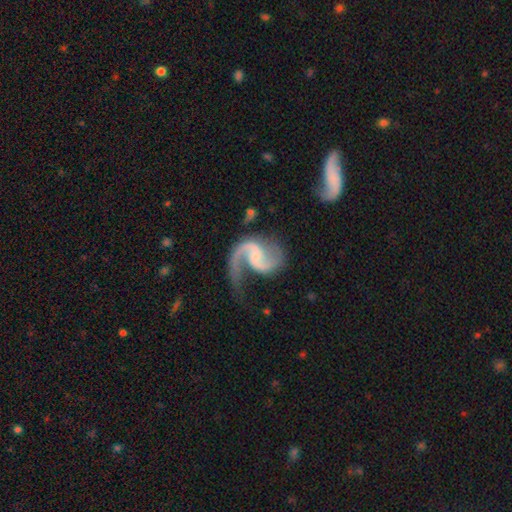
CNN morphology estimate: type=featured or disk (92%); edge-on=no (98%); bar=no (46%); spiral arms=yes (98%); winding=loose (50%); arm count=2 (84%); bulge=none (41%); merging=none (53%).